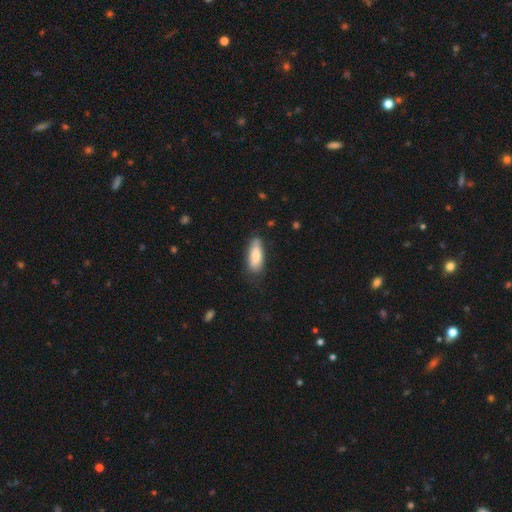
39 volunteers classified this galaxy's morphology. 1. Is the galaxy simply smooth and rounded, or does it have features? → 87% smooth, 10% star or artifact, 3% featured or disk.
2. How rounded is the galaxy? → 56% cigar-shaped, 44% in between, 0% round.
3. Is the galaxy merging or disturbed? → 54% none, 34% minor disturbance, 6% major disturbance, 6% merger.